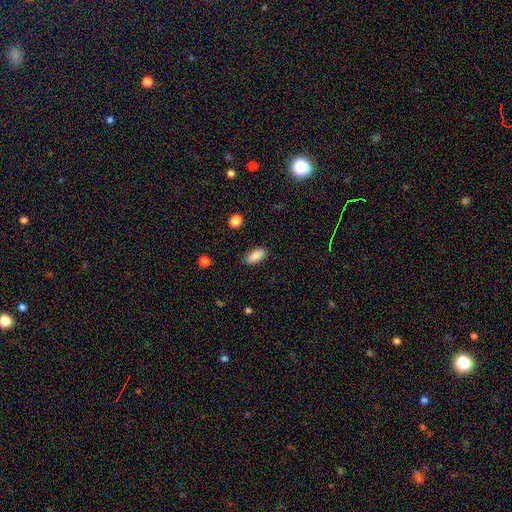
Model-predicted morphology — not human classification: Overall: smooth (87%). How rounded: in between (89%). Merging: none (86%).